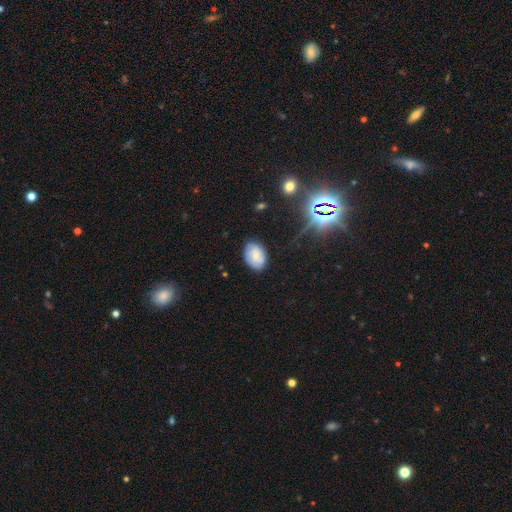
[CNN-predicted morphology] smooth 66%, featured or disk 23%, star or artifact 11%. Down the decision tree: how rounded — in between (83%); merging — none (78%).